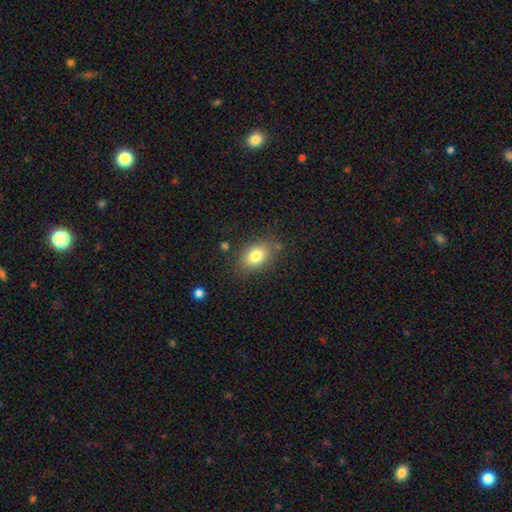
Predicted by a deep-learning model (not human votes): Q: Smooth or featured?
A: smooth (79%); runner-up: featured or disk (11%)
Q: How rounded?
A: in between (82%); runner-up: round (16%)
Q: Merging?
A: none (81%); runner-up: minor disturbance (13%)